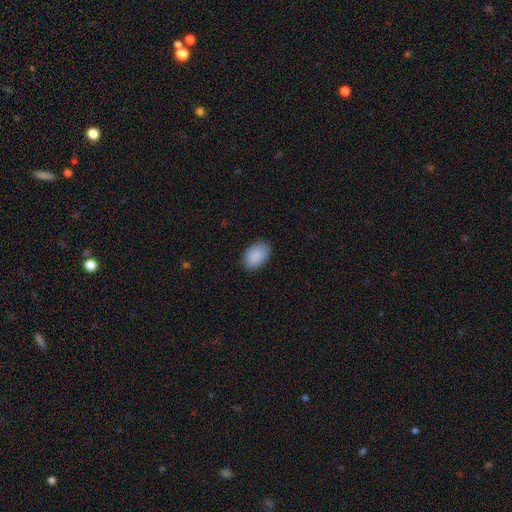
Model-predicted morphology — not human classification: Smooth or featured? Predicted: smooth (p=0.90). How rounded? Predicted: in between (p=0.88). Merging? Predicted: none (p=0.86).